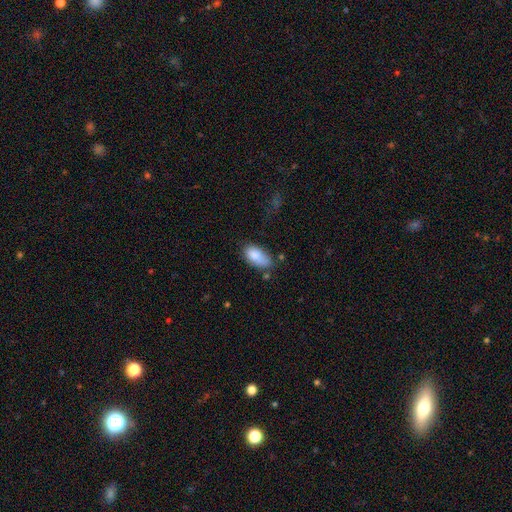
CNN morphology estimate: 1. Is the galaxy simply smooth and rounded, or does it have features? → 83% smooth, 10% featured or disk, 7% star or artifact.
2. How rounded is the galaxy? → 92% in between, 4% cigar-shaped, 3% round.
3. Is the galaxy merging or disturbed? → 55% none, 30% minor disturbance, 8% major disturbance, 7% merger.